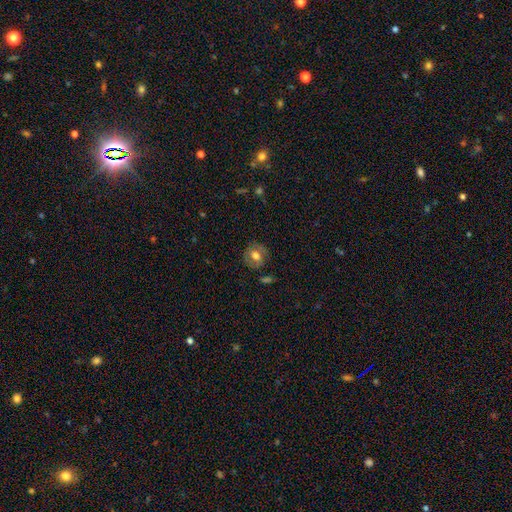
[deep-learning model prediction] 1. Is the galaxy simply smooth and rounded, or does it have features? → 59% smooth, 33% featured or disk, 8% star or artifact.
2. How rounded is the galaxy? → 77% round, 22% in between, 1% cigar-shaped.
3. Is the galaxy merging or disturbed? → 79% none, 14% minor disturbance, 5% major disturbance, 2% merger.